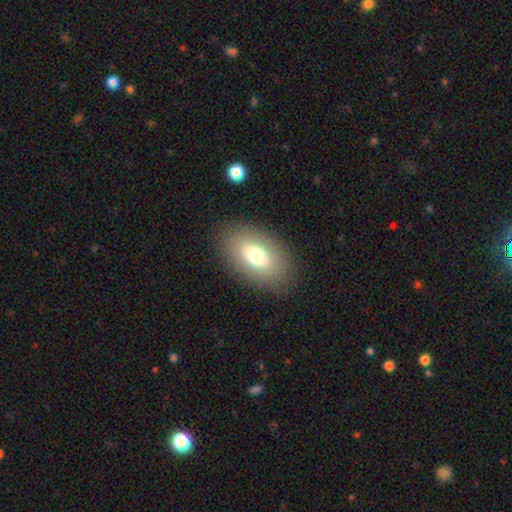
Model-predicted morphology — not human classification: Smooth or featured? Predicted: smooth (p=0.72). How rounded? Predicted: in between (p=0.90). Merging? Predicted: none (p=0.85).